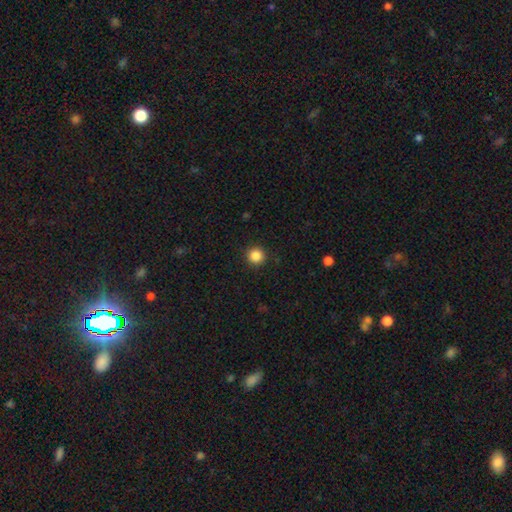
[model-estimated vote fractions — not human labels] smooth-or-featured: smooth: 86% | star or artifact: 11% | featured or disk: 4%
  how-rounded: round: 95% | in between: 4% | cigar-shaped: 1%
  merging: none: 92% | minor disturbance: 5% | major disturbance: 2% | merger: 1%